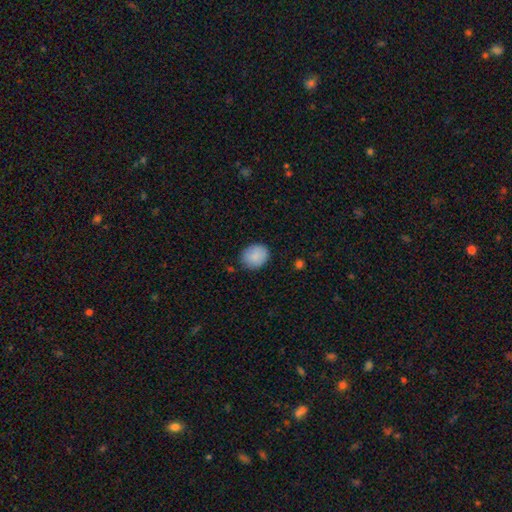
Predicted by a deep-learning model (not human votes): The model was most divided on "how rounded": round: 53%, in between: 46%, cigar-shaped: 1%. More confident: smooth or featured — smooth (88%); merging — none (81%).